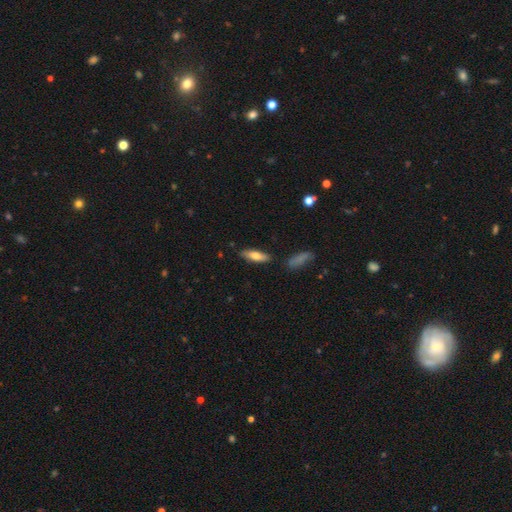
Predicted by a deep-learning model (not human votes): Morphology: type=smooth (73%); roundness=in between (51%); merging=none (82%).